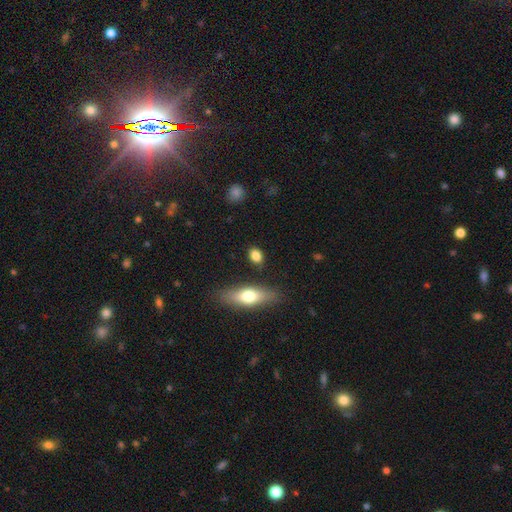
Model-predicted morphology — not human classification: Smooth or featured? smooth (82%)
How rounded? in between (63%)
Merging? none (83%)